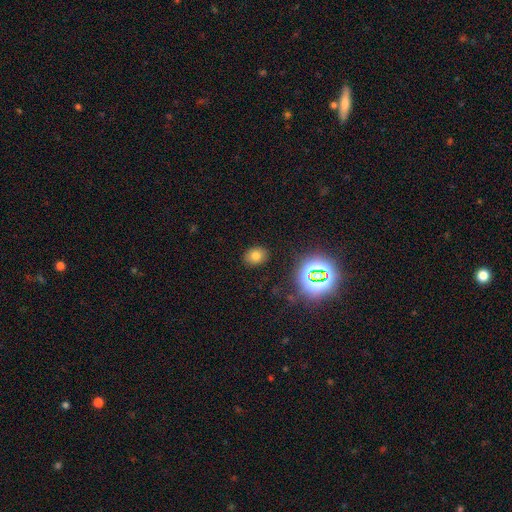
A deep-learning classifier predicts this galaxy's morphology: smooth 72%, star or artifact 19%, featured or disk 9%. Down the decision tree: how rounded — round (50%); merging — none (87%).